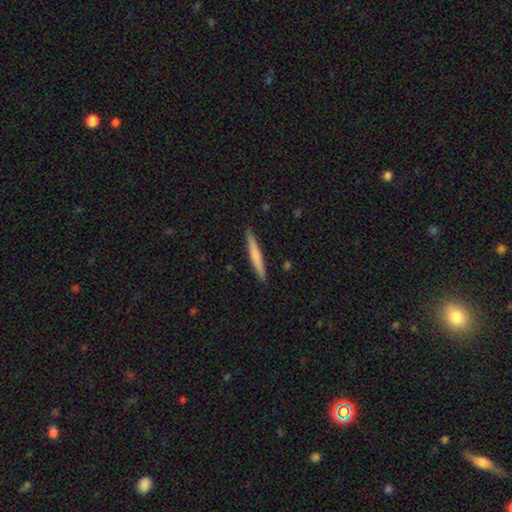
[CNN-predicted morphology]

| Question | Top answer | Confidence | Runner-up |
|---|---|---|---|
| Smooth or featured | smooth | 67% | featured or disk (28%) |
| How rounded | cigar-shaped | 96% | in between (3%) |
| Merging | none | 90% | minor disturbance (7%) |